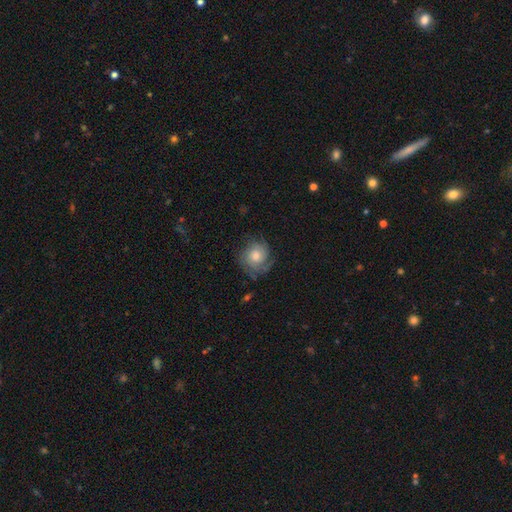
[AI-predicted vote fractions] Smooth or featured? featured or disk (59%)
Edge-on disk? no (97%)
Bar? no (81%)
Spiral arms? yes (89%)
Spiral winding? tight (60%)
Spiral arm count? can't tell (37%)
Bulge size? moderate (63%)
Merging? none (70%)